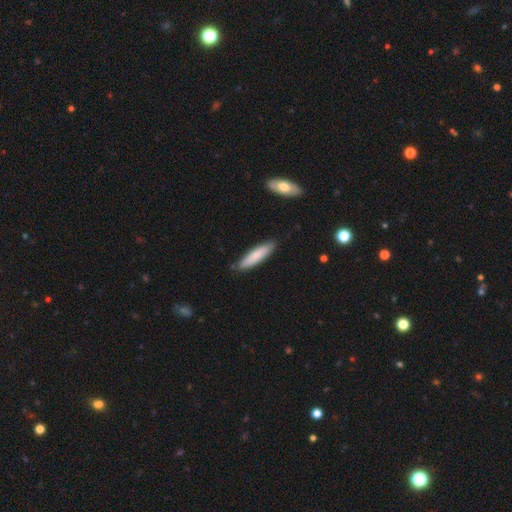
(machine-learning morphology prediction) Smooth or featured?
  - smooth: 78% *
  - featured or disk: 17%
  - star or artifact: 5%
How rounded?
  - cigar-shaped: 76% *
  - in between: 23%
  - round: 1%
Merging?
  - none: 82% *
  - minor disturbance: 14%
  - merger: 2%
  - major disturbance: 2%